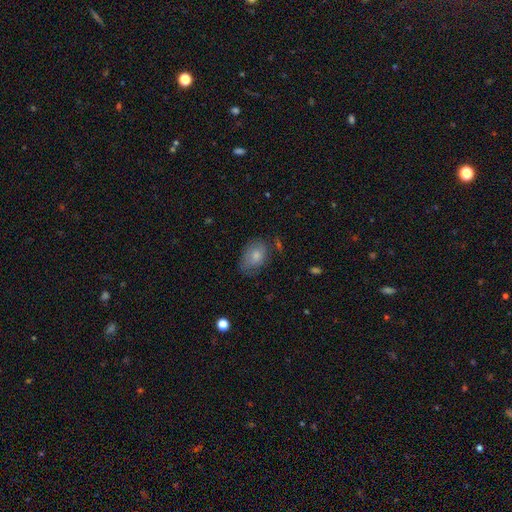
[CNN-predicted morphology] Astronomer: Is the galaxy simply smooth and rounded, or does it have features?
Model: smooth — 73%.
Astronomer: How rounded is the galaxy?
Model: in between — 82%.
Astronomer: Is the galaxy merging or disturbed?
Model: none — 58%.